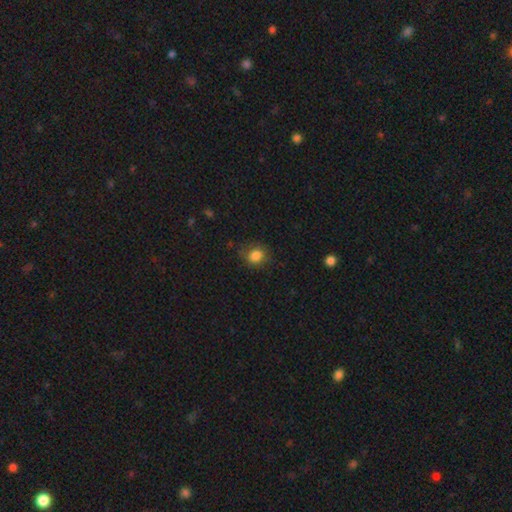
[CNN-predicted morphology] This is clearly a smooth galaxy (83%). How rounded: likely round (67%). Merging: likely none (74%).